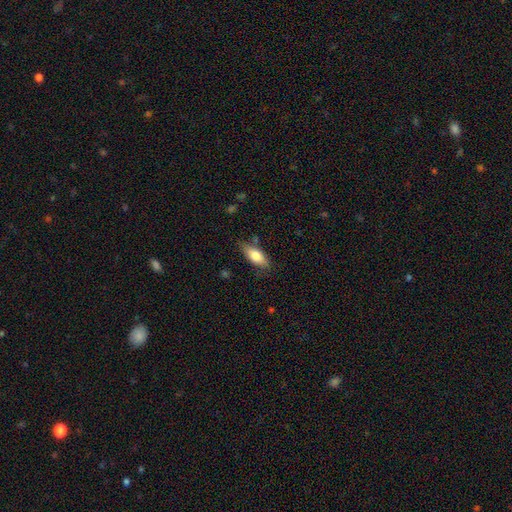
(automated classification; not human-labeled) smooth_or_featured: smooth (p=0.76) [alt: featured or disk p=0.17]
how_rounded: in between (p=0.79) [alt: cigar-shaped p=0.18]
merging: none (p=0.75) [alt: minor disturbance p=0.19]